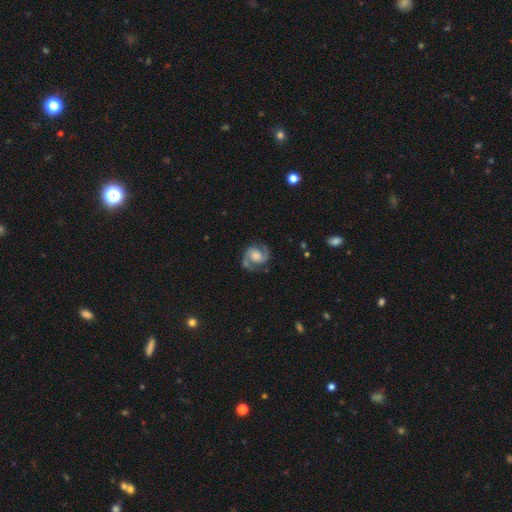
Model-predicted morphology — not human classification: type=featured or disk (90%); edge-on=no (98%); bar=no (58%); spiral arms=yes (98%); winding=medium (57%); arm count=2 (93%); bulge=moderate (43%); merging=none (78%).